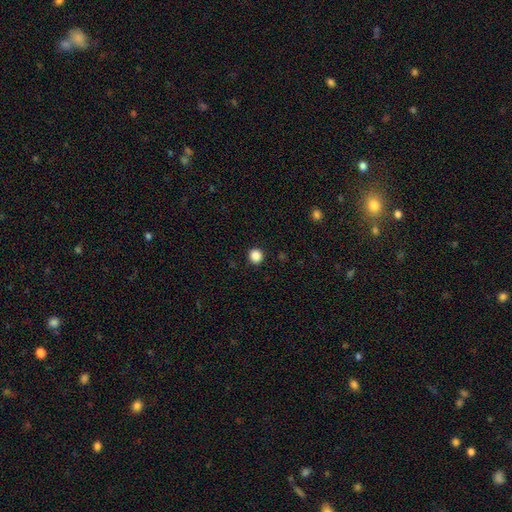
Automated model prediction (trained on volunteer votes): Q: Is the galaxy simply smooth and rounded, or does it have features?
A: smooth — 87%.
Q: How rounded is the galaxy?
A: round — 93%.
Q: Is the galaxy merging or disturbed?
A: none — 92%.